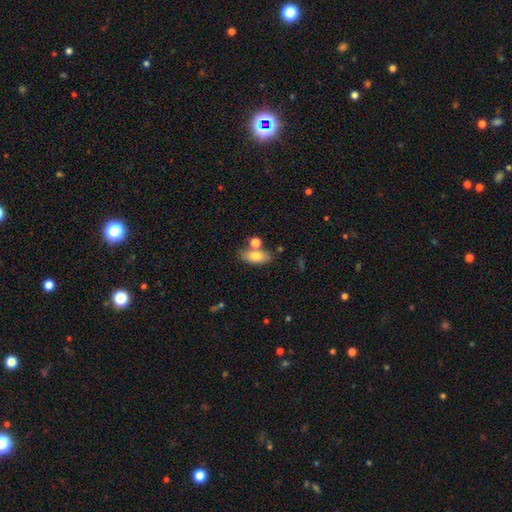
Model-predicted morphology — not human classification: This is likely a smooth galaxy (76%). How rounded: clearly in between (84%). Merging: likely none (64%).